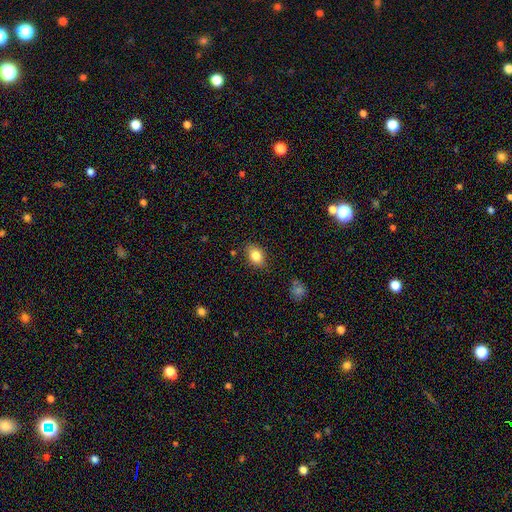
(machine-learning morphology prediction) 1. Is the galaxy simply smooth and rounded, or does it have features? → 83% smooth, 8% star or artifact, 8% featured or disk.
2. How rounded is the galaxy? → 79% in between, 19% round, 2% cigar-shaped.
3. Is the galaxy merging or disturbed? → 83% none, 12% minor disturbance, 3% major disturbance, 2% merger.